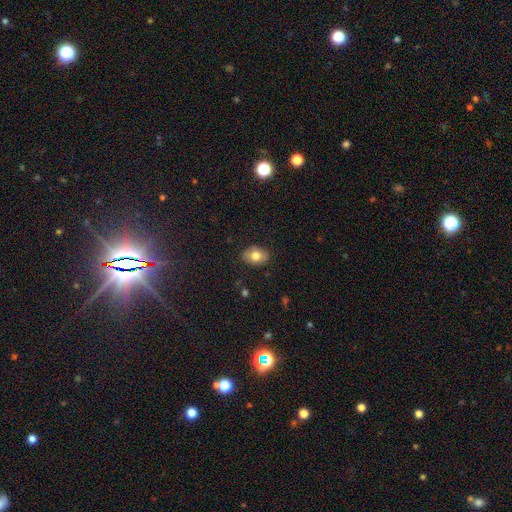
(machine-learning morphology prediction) Smooth or featured?
  - smooth: 75% *
  - featured or disk: 16%
  - star or artifact: 8%
How rounded?
  - in between: 80% *
  - round: 19%
  - cigar-shaped: 1%
Merging?
  - none: 85% *
  - minor disturbance: 11%
  - major disturbance: 2%
  - merger: 1%